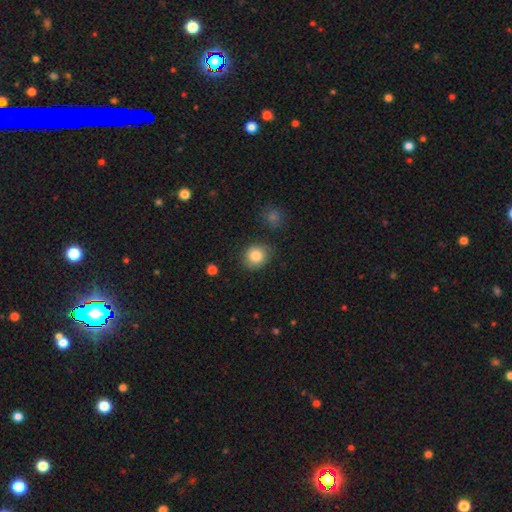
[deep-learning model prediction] A smooth galaxy with no disk features (84%) that is round (79%). Merging: none (81%).